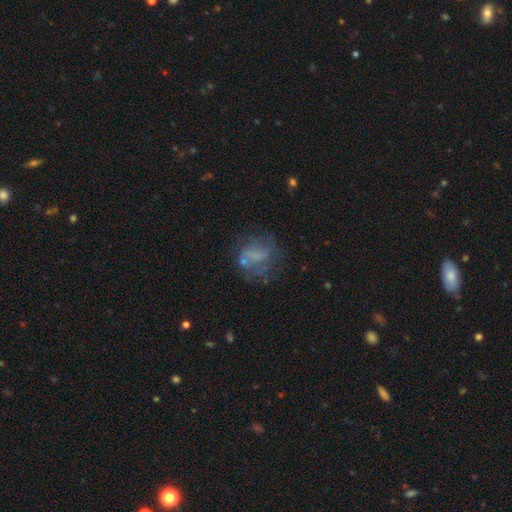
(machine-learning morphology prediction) This appears to be a featured or disk galaxy (44%). Merging: none (43%).